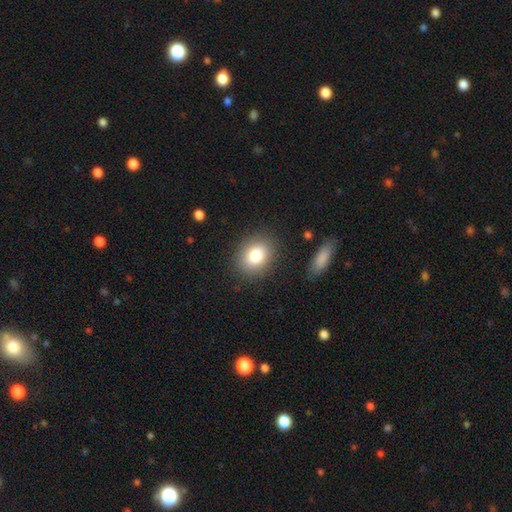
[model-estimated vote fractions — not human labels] The model was most divided on "how rounded": round: 51%, in between: 48%, cigar-shaped: 1%. More confident: merging — none (86%); smooth or featured — smooth (81%).